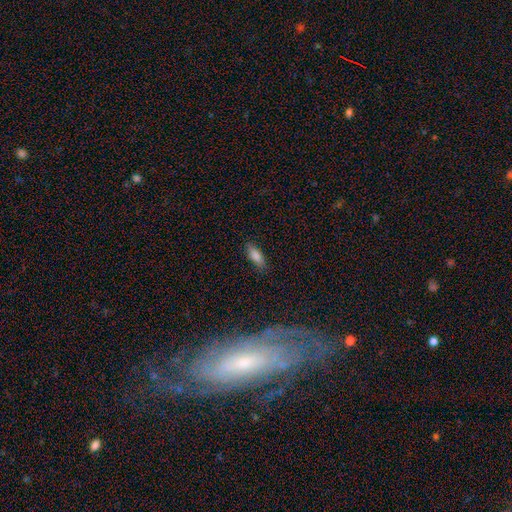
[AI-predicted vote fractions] Smooth or featured? Predicted: smooth (p=0.83). How rounded? Predicted: in between (p=0.70). Merging? Predicted: none (p=0.84).